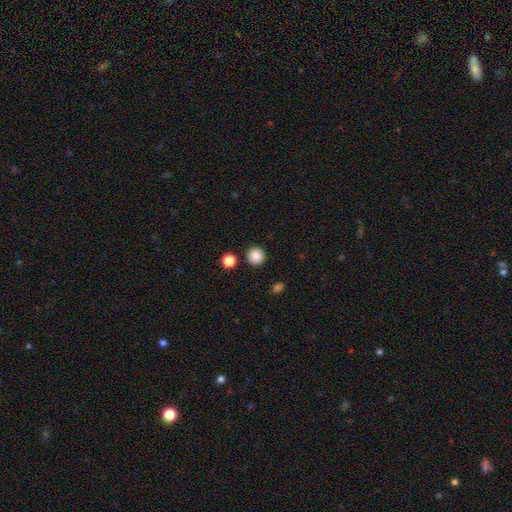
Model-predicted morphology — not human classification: smooth 85%, star or artifact 10%, featured or disk 5%. Down the decision tree: how rounded — round (95%); merging — none (91%).